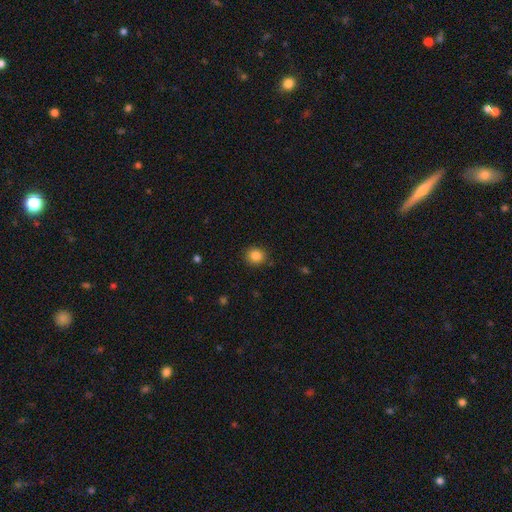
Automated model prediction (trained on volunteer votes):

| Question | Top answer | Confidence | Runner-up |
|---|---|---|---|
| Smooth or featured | smooth | 85% | star or artifact (10%) |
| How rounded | round | 80% | in between (19%) |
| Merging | none | 88% | minor disturbance (8%) |